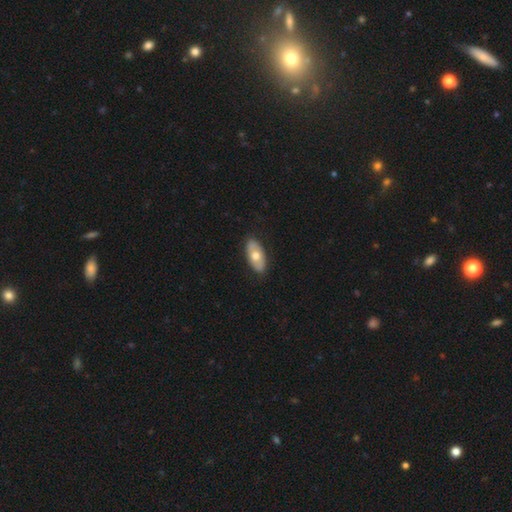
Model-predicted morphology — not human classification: This is possibly a smooth galaxy (60%). How rounded: clearly in between (91%). Merging: clearly none (85%).